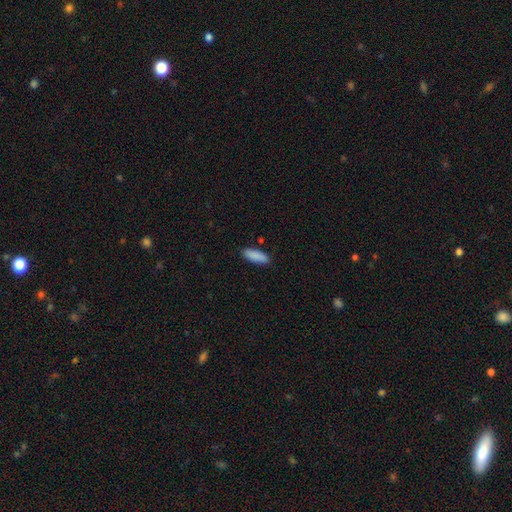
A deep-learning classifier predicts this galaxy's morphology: smooth 89%, star or artifact 6%, featured or disk 5%. Down the decision tree: how rounded — in between (60%); merging — none (87%).